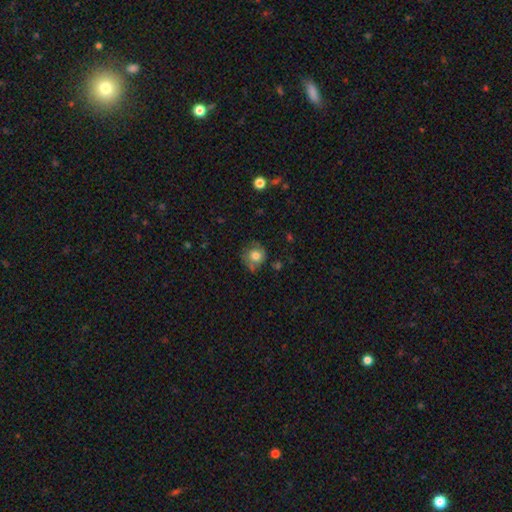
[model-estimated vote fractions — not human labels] Q: Smooth or featured?
A: smooth (71%); runner-up: featured or disk (20%)
Q: How rounded?
A: round (85%); runner-up: in between (14%)
Q: Merging?
A: none (62%); runner-up: minor disturbance (25%)